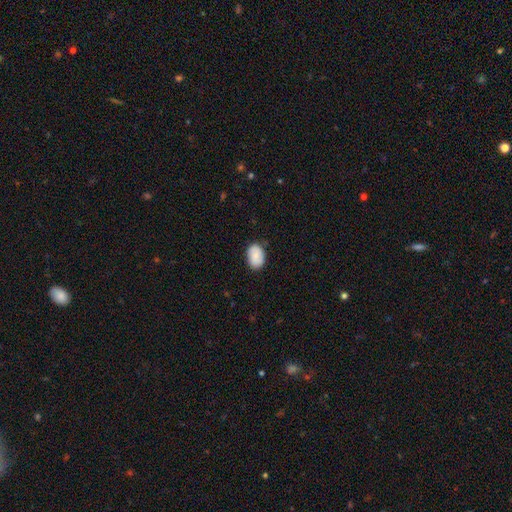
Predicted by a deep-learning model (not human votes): This is clearly a smooth galaxy (82%). How rounded: clearly in between (82%). Merging: clearly none (81%).